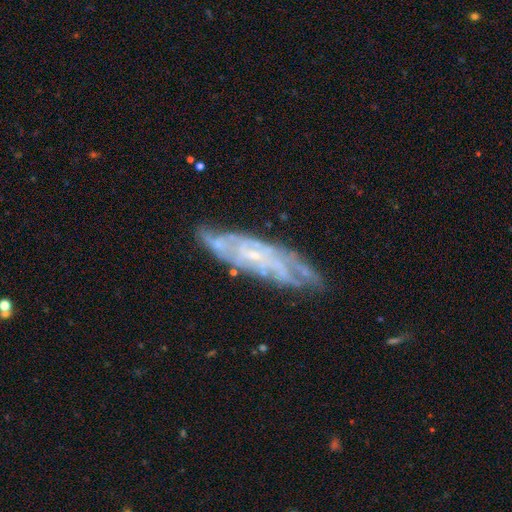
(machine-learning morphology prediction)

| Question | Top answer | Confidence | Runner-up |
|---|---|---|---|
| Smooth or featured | featured or disk | 81% | smooth (12%) |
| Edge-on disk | no | 76% | yes (24%) |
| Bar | no | 64% | weak (27%) |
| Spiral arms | yes | 89% | no (11%) |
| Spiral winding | tight | 60% | medium (31%) |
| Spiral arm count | can't tell | 46% | 2 (16%) |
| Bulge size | small | 79% | moderate (12%) |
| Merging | none | 70% | minor disturbance (20%) |